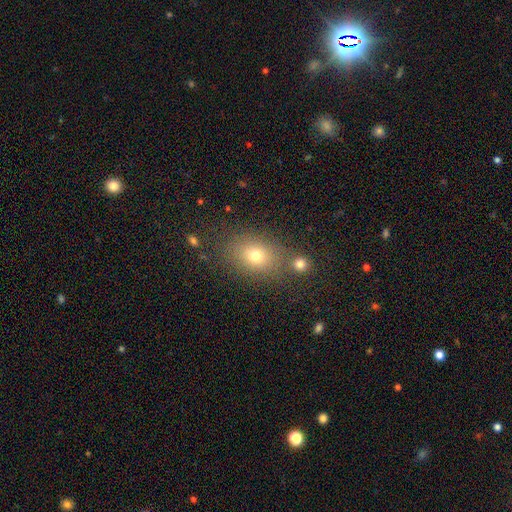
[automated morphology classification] Smooth or featured?
  - smooth: 72% *
  - star or artifact: 15%
  - featured or disk: 13%
How rounded?
  - in between: 65% *
  - round: 34%
  - cigar-shaped: 2%
Merging?
  - none: 71% *
  - minor disturbance: 12%
  - merger: 12%
  - major disturbance: 5%